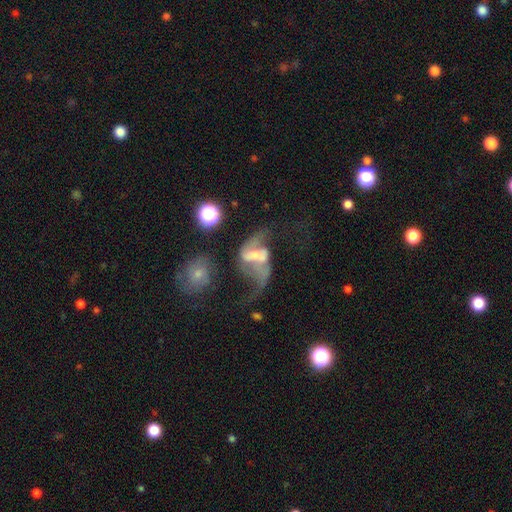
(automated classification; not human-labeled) Q: Smooth or featured?
A: featured or disk (73%); runner-up: smooth (17%)
Q: Edge-on disk?
A: no (96%); runner-up: yes (4%)
Q: Bar?
A: strong (38%); runner-up: weak (36%)
Q: Spiral arms?
A: yes (77%); runner-up: no (23%)
Q: Spiral winding?
A: loose (81%); runner-up: medium (15%)
Q: Spiral arm count?
A: 2 (81%); runner-up: 1 (10%)
Q: Bulge size?
A: small (34%); runner-up: moderate (30%)
Q: Merging?
A: major disturbance (39%); runner-up: merger (28%)